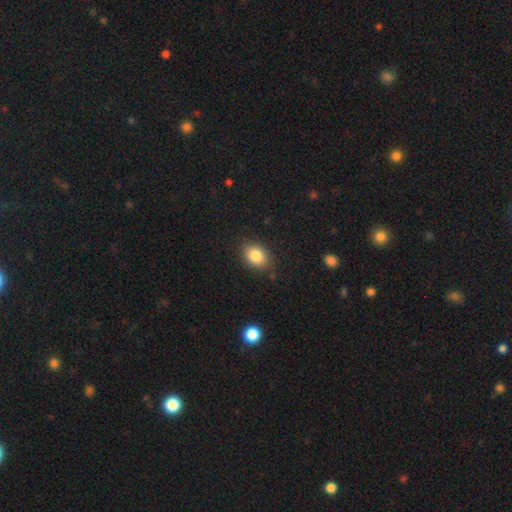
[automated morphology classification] This is clearly a smooth galaxy (84%). How rounded: likely in between (68%). Merging: clearly none (84%).